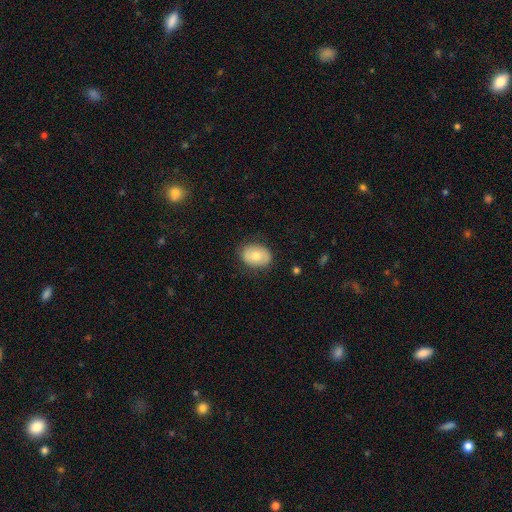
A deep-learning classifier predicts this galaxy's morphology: The model was most divided on "how rounded": in between: 72%, round: 27%, cigar-shaped: 1%. More confident: merging — none (81%); smooth or featured — smooth (70%).